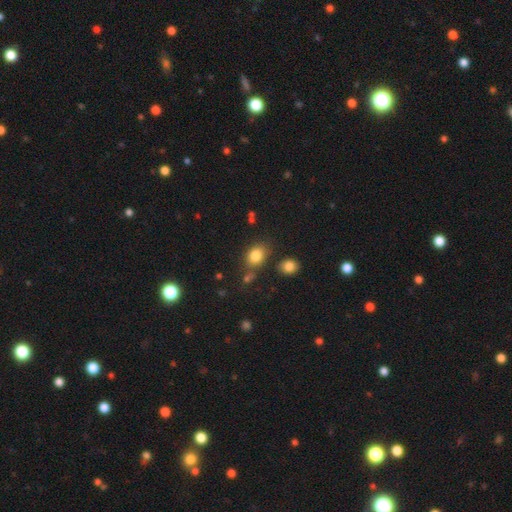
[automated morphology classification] Smooth or featured?
  - smooth: 82% *
  - star or artifact: 11%
  - featured or disk: 7%
How rounded?
  - in between: 63% *
  - round: 36%
  - cigar-shaped: 1%
Merging?
  - none: 70% *
  - minor disturbance: 15%
  - merger: 10%
  - major disturbance: 5%